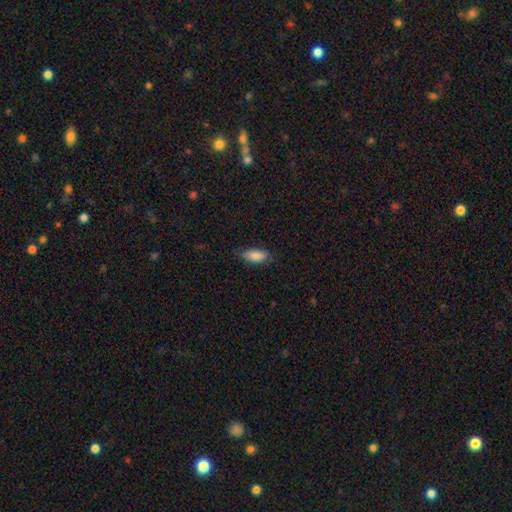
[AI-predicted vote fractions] A smooth galaxy with no disk features (87%) that is in between round and cigar-shaped (83%).

Vote fractions:
- Smooth or featured? smooth: 87% / featured or disk: 7% / star or artifact: 6%
- How rounded? in between: 83% / cigar-shaped: 15% / round: 2%
- Merging? none: 81% / minor disturbance: 15% / major disturbance: 3% / merger: 1%